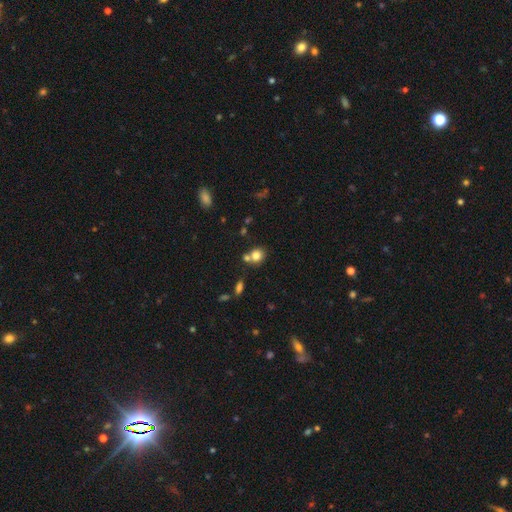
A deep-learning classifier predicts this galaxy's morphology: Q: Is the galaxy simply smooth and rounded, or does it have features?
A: smooth — 80%.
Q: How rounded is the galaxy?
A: round — 76%.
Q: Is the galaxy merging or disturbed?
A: none — 57%.